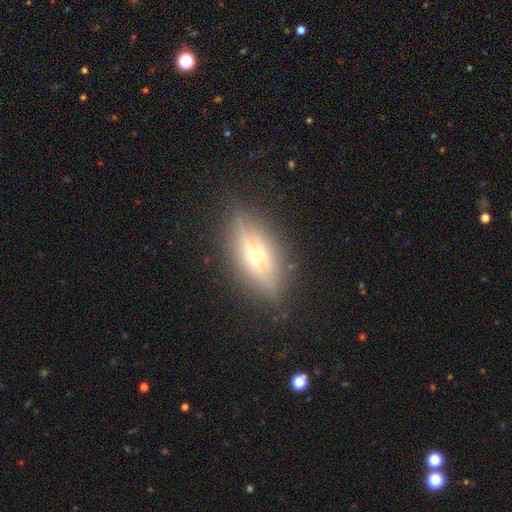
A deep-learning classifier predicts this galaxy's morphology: A featured or disk galaxy (65%) viewed edge-on (84%) with a rounded central bulge (94%). Merging: none (83%).